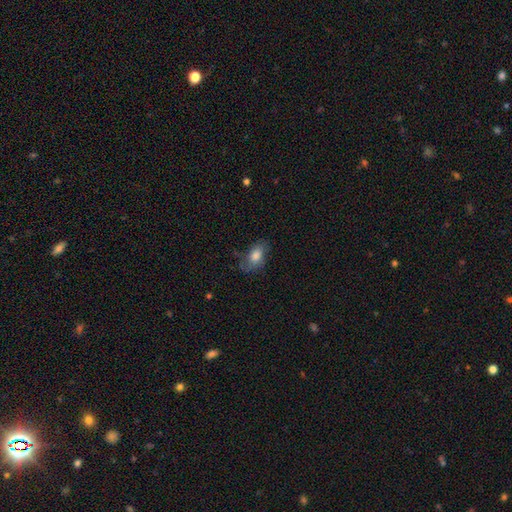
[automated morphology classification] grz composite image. It shows a smooth galaxy with no disk features (64%) that is in between round and cigar-shaped (85%). Merging: none (63%).